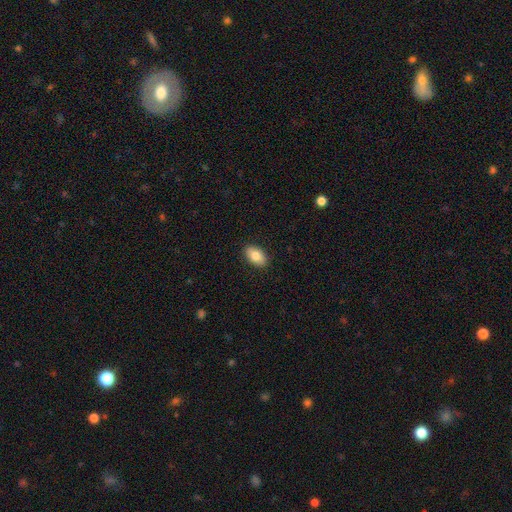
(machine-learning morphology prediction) Smooth or featured?
  - smooth: 81% *
  - featured or disk: 12%
  - star or artifact: 7%
How rounded?
  - in between: 91% *
  - round: 7%
  - cigar-shaped: 2%
Merging?
  - none: 89% *
  - minor disturbance: 8%
  - major disturbance: 2%
  - merger: 1%